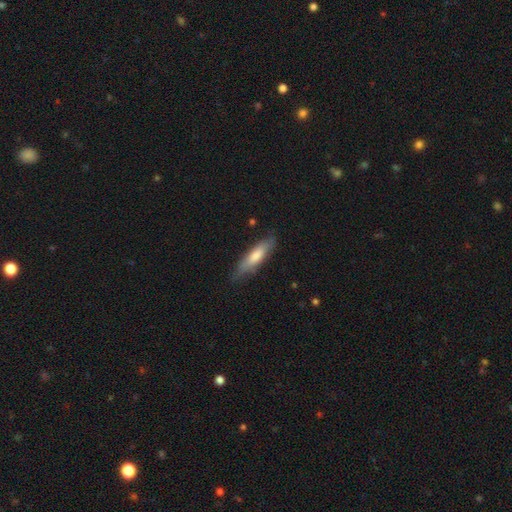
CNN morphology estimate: Smooth or featured?
  - smooth: 67% *
  - featured or disk: 27%
  - star or artifact: 5%
How rounded?
  - cigar-shaped: 69% *
  - in between: 29%
  - round: 1%
Merging?
  - none: 78% *
  - minor disturbance: 17%
  - major disturbance: 3%
  - merger: 1%